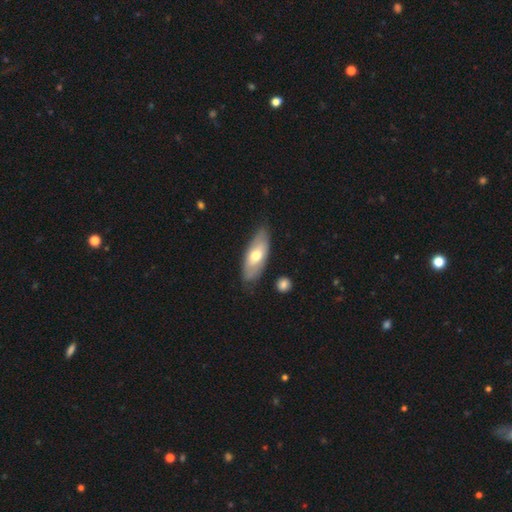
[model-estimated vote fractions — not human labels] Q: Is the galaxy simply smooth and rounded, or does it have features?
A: smooth — 57%.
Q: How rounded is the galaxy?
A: in between — 78%.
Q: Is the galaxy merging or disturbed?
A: none — 76%.